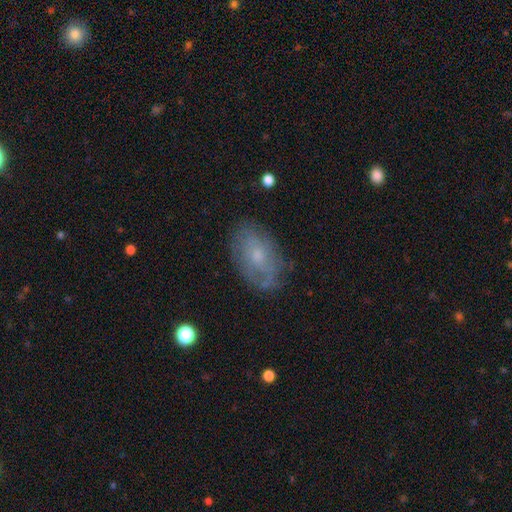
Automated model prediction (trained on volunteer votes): A featured or disk galaxy (45%).

Vote fractions:
- Smooth or featured? featured or disk: 45% / smooth: 44% / star or artifact: 11%
- Merging? none: 73% / minor disturbance: 19% / major disturbance: 6% / merger: 1%